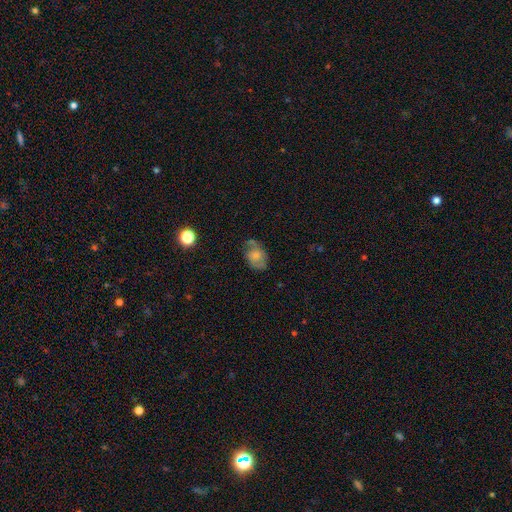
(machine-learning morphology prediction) The model was most divided on "merging": none: 51%, minor disturbance: 30%, major disturbance: 13%, merger: 5%. More confident: how rounded — in between (76%); smooth or featured — smooth (59%).